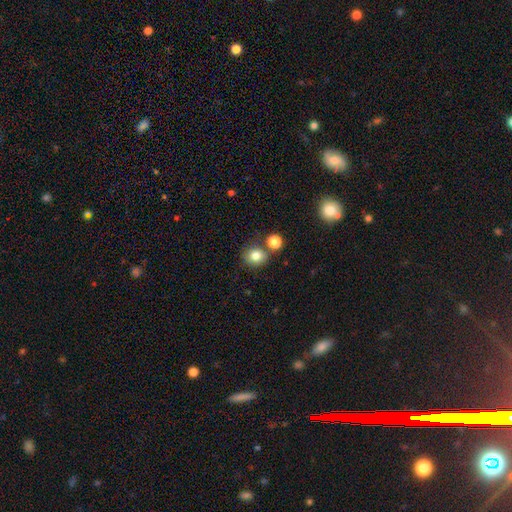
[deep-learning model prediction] This appears to be a smooth galaxy with no disk features (81%) that is round (74%). Merging: none (68%).